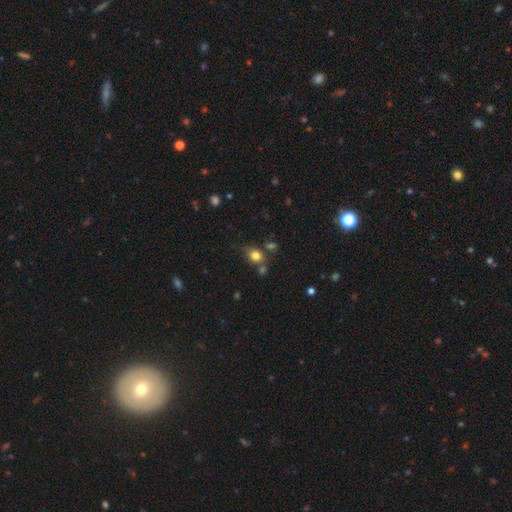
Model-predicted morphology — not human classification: smooth 79%, star or artifact 13%, featured or disk 8%. Down the decision tree: how rounded — round (56%); merging — none (60%).